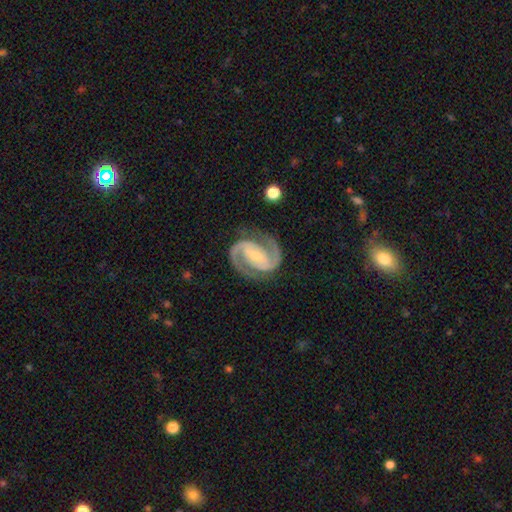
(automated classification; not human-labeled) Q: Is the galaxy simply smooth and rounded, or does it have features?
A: featured or disk — 94%.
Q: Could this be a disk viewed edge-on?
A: no — 98%.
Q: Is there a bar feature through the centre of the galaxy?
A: strong — 45%.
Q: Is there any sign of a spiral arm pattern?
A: yes — 99%.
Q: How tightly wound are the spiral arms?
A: medium — 56%.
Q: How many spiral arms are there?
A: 2 — 95%.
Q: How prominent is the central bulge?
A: small — 52%.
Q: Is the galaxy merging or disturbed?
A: none — 84%.